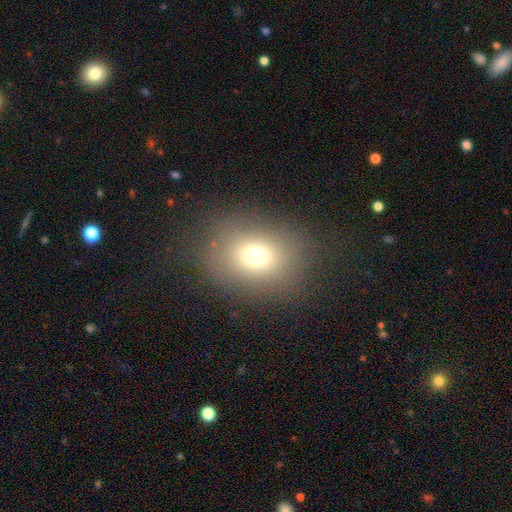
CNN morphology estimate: smooth-or-featured: smooth: 71% | star or artifact: 17% | featured or disk: 13%
  how-rounded: round: 53% | in between: 46% | cigar-shaped: 1%
  merging: none: 80% | minor disturbance: 11% | major disturbance: 8% | merger: 1%